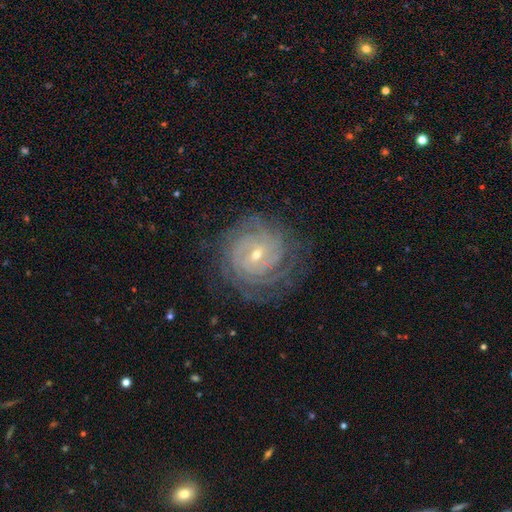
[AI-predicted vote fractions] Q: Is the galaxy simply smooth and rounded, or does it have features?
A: featured or disk — 83%.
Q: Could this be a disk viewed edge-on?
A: no — 97%.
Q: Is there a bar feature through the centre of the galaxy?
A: no — 47%.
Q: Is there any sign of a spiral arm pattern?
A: yes — 96%.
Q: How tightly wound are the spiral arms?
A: tight — 81%.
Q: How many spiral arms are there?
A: can't tell — 34%.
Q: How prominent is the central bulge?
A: small — 66%.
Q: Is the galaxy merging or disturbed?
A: none — 80%.